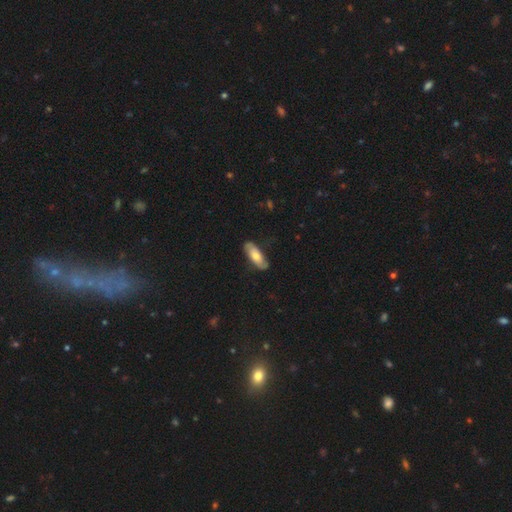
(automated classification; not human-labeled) A smooth galaxy with no disk features (60%) that is in between round and cigar-shaped (67%). Merging: none (79%).